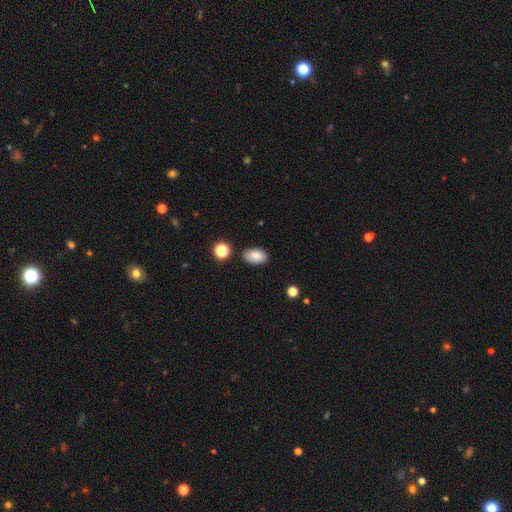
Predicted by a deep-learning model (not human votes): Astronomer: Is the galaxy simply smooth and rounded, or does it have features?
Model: smooth — 84%.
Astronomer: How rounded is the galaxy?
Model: in between — 91%.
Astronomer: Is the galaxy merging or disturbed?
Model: none — 85%.